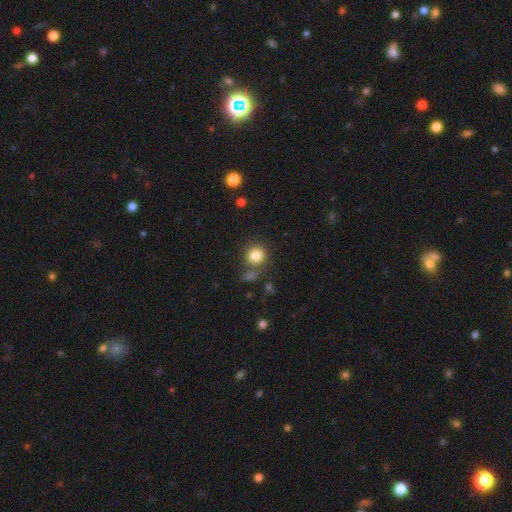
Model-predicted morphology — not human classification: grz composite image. It shows a smooth galaxy with no disk features (84%) that is round (89%). Merging: none (72%).